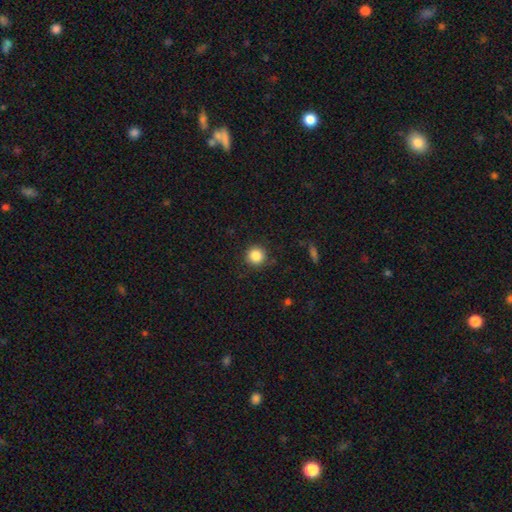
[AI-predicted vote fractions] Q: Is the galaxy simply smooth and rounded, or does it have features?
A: smooth — 85%.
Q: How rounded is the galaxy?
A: round — 95%.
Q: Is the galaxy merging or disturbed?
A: none — 89%.